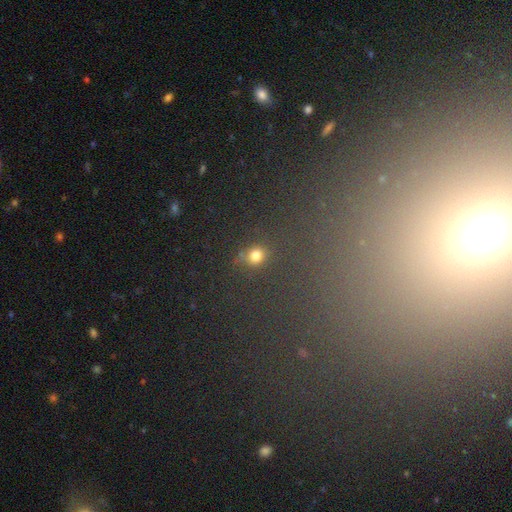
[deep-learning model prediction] Smooth or featured: smooth — 69% (star or artifact — 24%)
How rounded: round — 75% (in between — 22%)
Merging: none — 76% (minor disturbance — 11%)